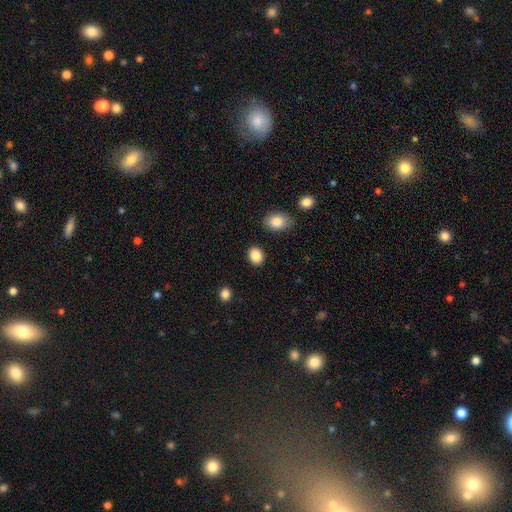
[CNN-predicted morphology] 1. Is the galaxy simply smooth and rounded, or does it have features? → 87% smooth, 9% star or artifact, 4% featured or disk.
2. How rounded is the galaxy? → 51% in between, 48% round, 1% cigar-shaped.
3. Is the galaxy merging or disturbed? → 88% none, 7% minor disturbance, 3% merger, 2% major disturbance.